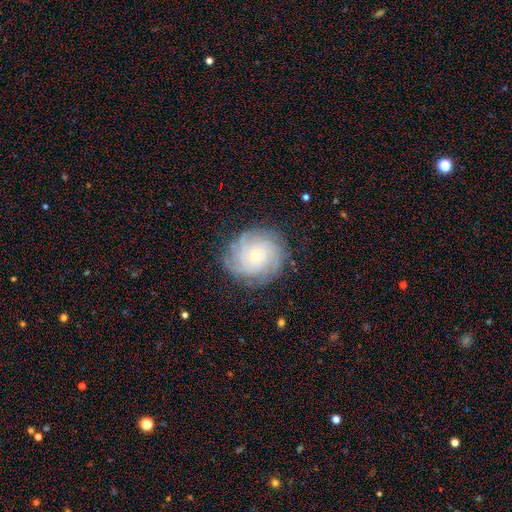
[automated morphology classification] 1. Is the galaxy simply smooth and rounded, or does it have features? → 78% featured or disk, 14% smooth, 8% star or artifact.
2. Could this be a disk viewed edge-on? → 97% no, 3% yes.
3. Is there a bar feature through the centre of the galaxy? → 84% no, 14% weak, 3% strong.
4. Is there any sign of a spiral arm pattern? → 95% yes, 5% no.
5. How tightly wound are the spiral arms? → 75% tight, 20% medium, 5% loose.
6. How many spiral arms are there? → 32% can't tell, 22% 4, 19% more than 4, 12% 3, 8% 2, 7% 1.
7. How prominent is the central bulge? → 72% small, 24% moderate, 1% large, 1% none, 1% dominant.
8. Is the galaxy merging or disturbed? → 82% none, 12% minor disturbance, 4% major disturbance, 1% merger.